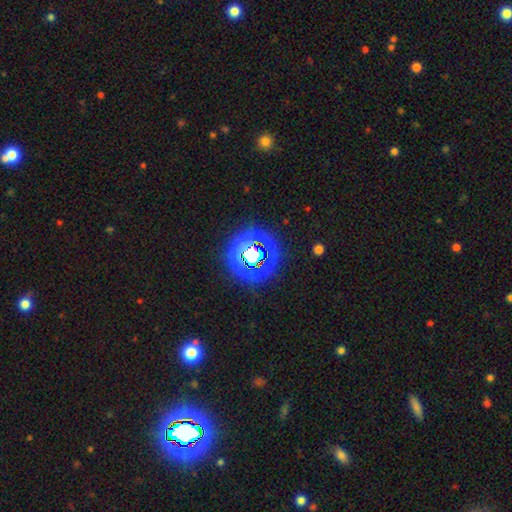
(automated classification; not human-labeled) Overall: star or artifact (78%).